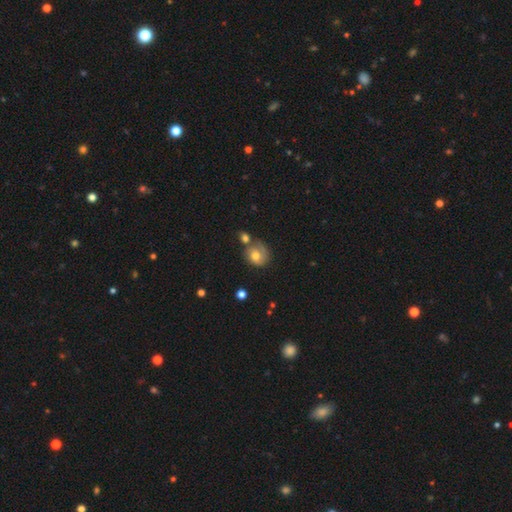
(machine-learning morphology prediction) smooth 59%, featured or disk 32%, star or artifact 9%. Down the decision tree: how rounded — round (70%); merging — none (40%).